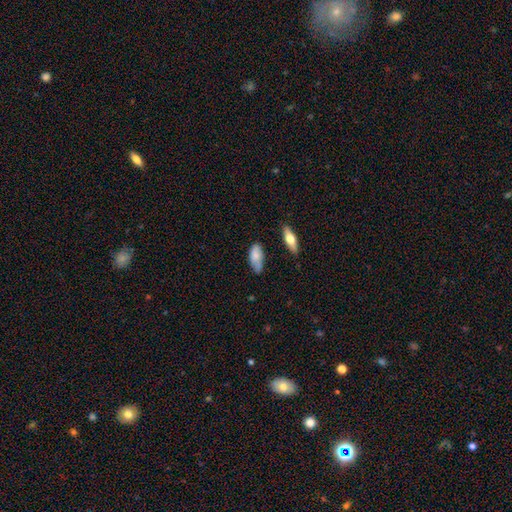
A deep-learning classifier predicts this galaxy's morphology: Smooth or featured?
  - smooth: 74% *
  - featured or disk: 19%
  - star or artifact: 7%
How rounded?
  - in between: 84% *
  - cigar-shaped: 13%
  - round: 3%
Merging?
  - none: 58% *
  - minor disturbance: 32%
  - major disturbance: 7%
  - merger: 4%